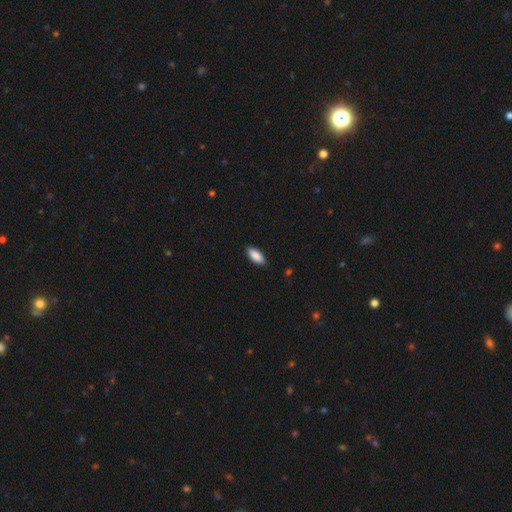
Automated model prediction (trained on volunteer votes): Smooth or featured: smooth — 89% (star or artifact — 6%)
How rounded: in between — 86% (cigar-shaped — 12%)
Merging: none — 89% (minor disturbance — 9%)